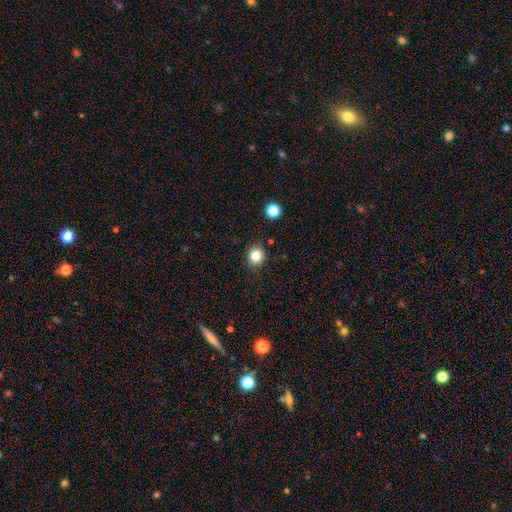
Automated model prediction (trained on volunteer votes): Smooth or featured? smooth (82%)
How rounded? round (84%)
Merging? none (86%)